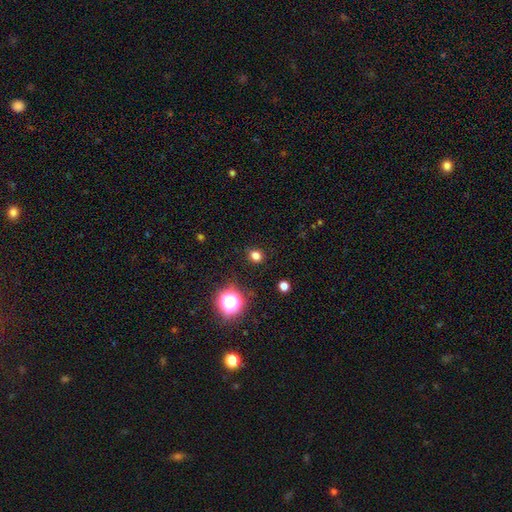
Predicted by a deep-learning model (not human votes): Smooth or featured? Predicted: smooth (p=0.77). How rounded? Predicted: round (p=0.77). Merging? Predicted: none (p=0.89).